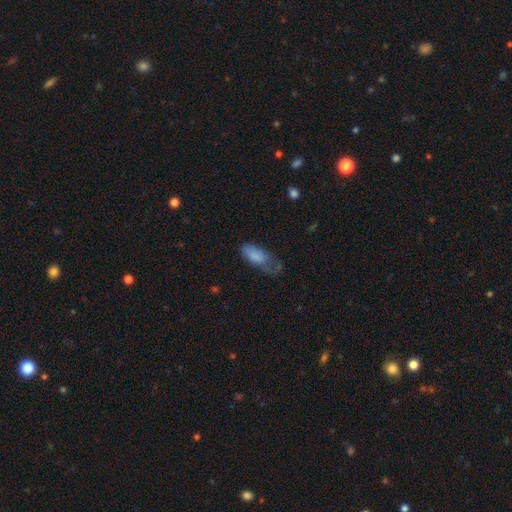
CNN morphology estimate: Smooth or featured? Predicted: smooth (p=0.77). How rounded? Predicted: in between (p=0.88). Merging? Predicted: major disturbance (p=0.39).